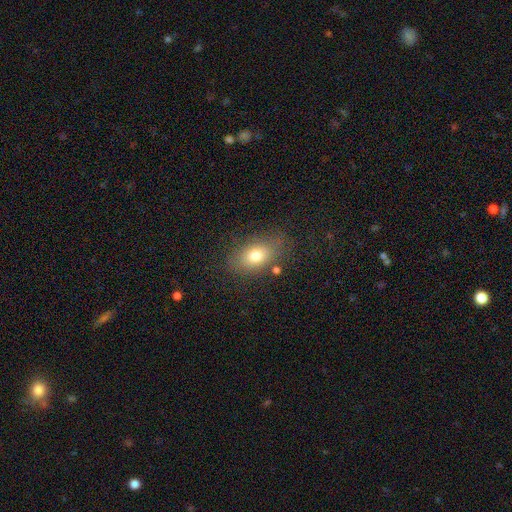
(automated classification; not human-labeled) Morphology: type=smooth (76%); roundness=in between (84%); merging=none (73%).